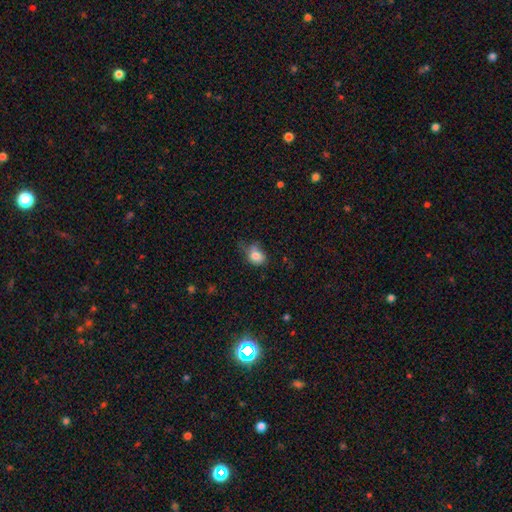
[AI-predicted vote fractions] Q: Smooth or featured?
A: smooth (79%); runner-up: featured or disk (11%)
Q: How rounded?
A: in between (51%); runner-up: round (48%)
Q: Merging?
A: none (41%); runner-up: minor disturbance (36%)